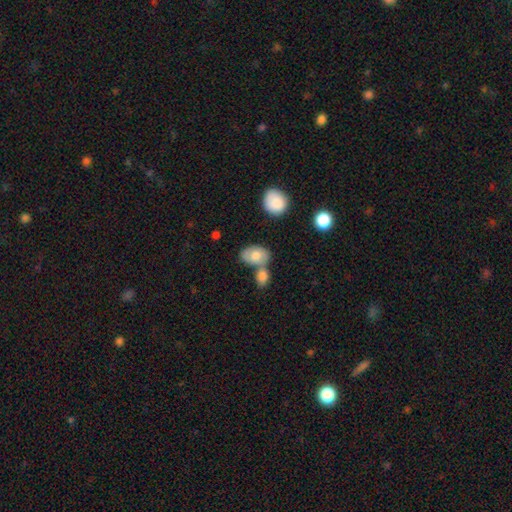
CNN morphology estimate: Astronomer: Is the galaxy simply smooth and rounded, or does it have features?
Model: smooth — 73%.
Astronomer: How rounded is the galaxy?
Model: in between — 86%.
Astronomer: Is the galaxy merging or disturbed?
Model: merger — 40%, tied with none at 40%.